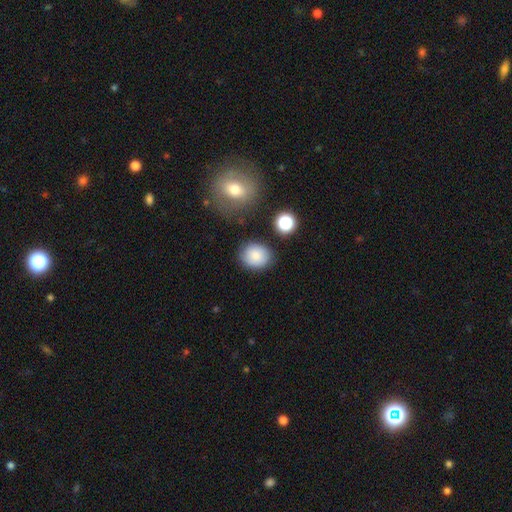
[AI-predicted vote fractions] A smooth galaxy with no disk features (82%) that is round (59%). Merging: none (78%).